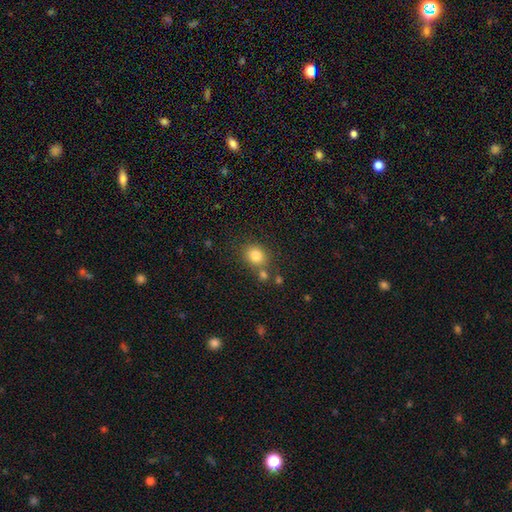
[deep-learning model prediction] Morphology: type=smooth (82%); roundness=round (67%); merging=none (71%).